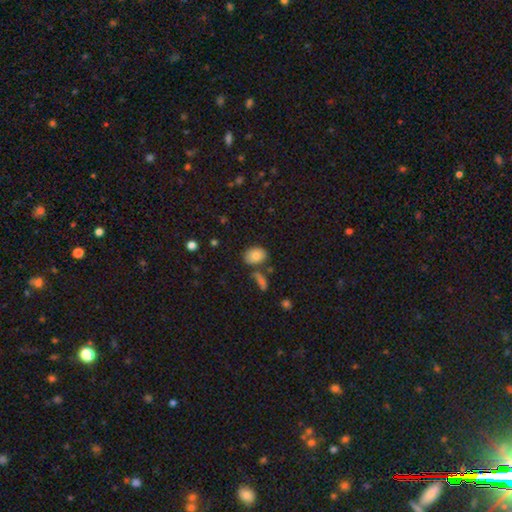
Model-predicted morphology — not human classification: smooth 83%, featured or disk 9%, star or artifact 9%. Down the decision tree: how rounded — in between (78%); merging — none (71%).